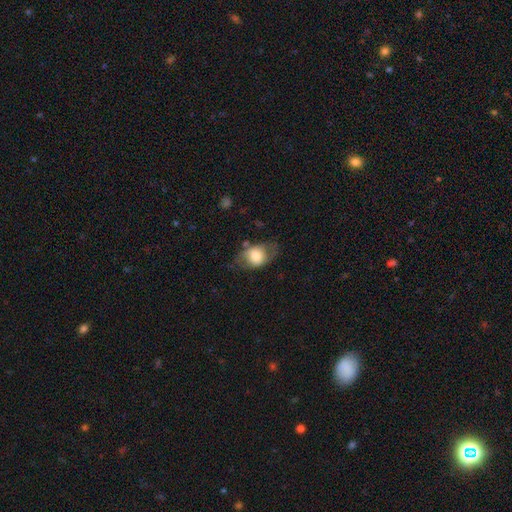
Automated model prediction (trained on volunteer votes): smooth-or-featured: smooth: 62% | featured or disk: 31% | star or artifact: 7%
  how-rounded: in between: 74% | round: 24% | cigar-shaped: 2%
  merging: none: 60% | minor disturbance: 23% | major disturbance: 14% | merger: 3%